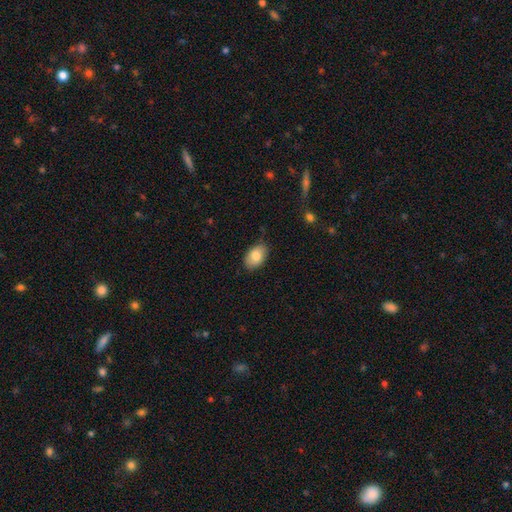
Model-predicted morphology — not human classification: This is clearly a smooth galaxy (83%). How rounded: clearly in between (90%). Merging: clearly none (81%).